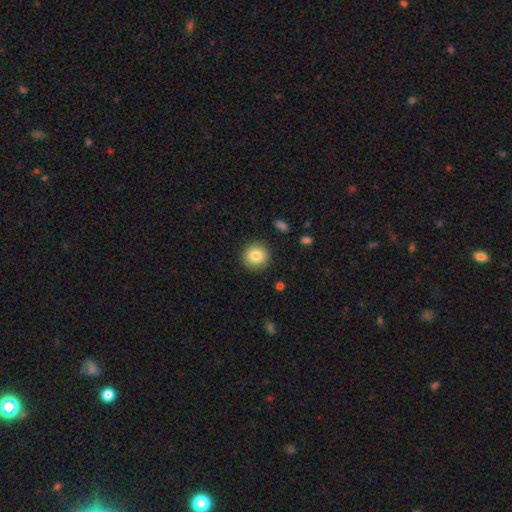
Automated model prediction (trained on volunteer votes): Smooth or featured: smooth — 83% (star or artifact — 9%)
How rounded: round — 93% (in between — 6%)
Merging: none — 91% (minor disturbance — 6%)